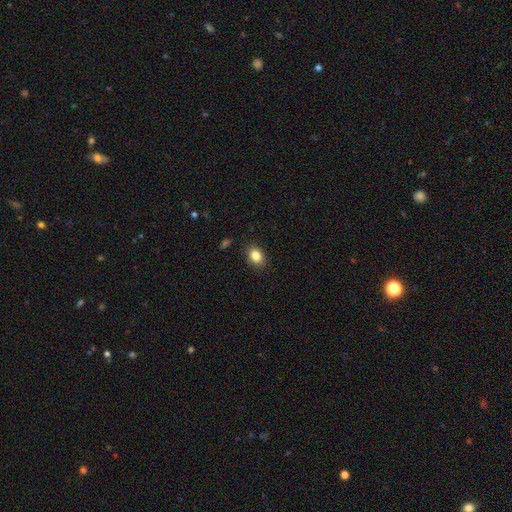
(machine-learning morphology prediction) Overall: smooth (84%). How rounded: in between (71%). Merging: none (87%).